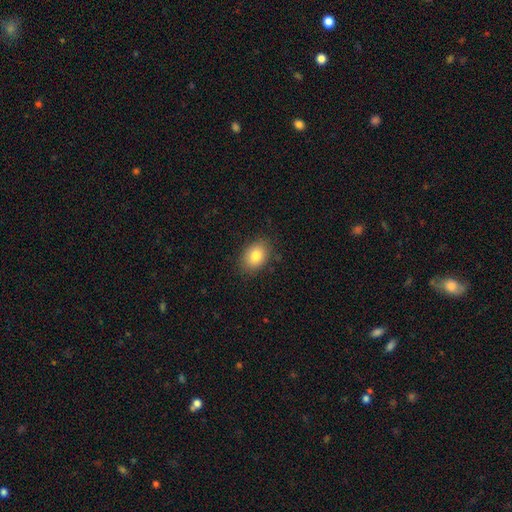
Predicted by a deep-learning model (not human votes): The model was most divided on "how rounded": in between: 76%, round: 23%, cigar-shaped: 1%. More confident: merging — none (84%); smooth or featured — smooth (82%).